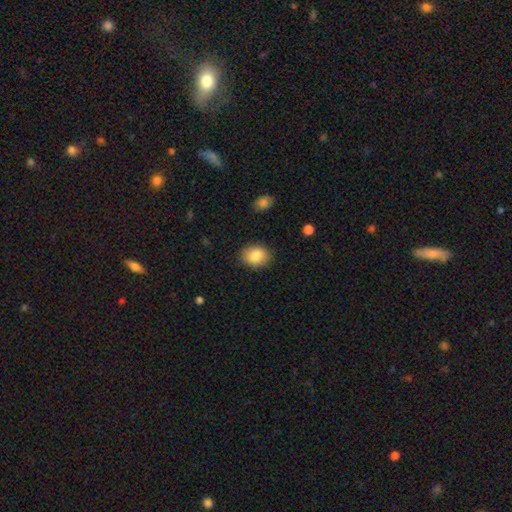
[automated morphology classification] A smooth galaxy with no disk features (85%) that is in between round and cigar-shaped (63%). Merging: none (87%).